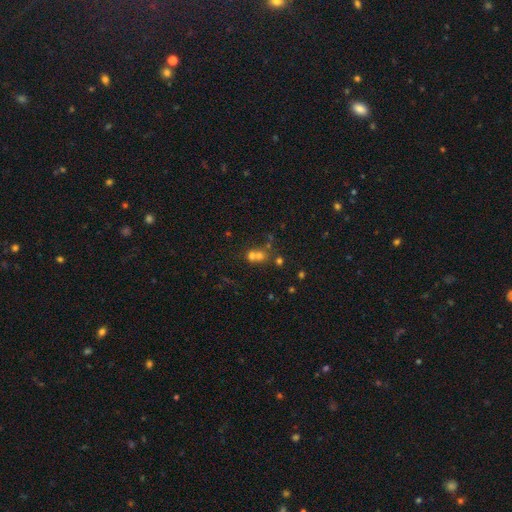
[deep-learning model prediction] The model was most divided on "merging": merger: 58%, none: 33%, minor disturbance: 6%, major disturbance: 4%. More confident: how rounded — round (79%); smooth or featured — smooth (60%).